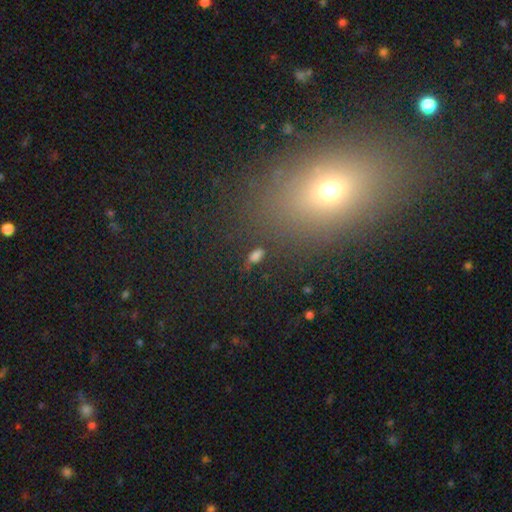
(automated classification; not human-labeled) Smooth or featured: smooth — 72% (star or artifact — 19%)
How rounded: in between — 85% (cigar-shaped — 8%)
Merging: none — 71% (minor disturbance — 15%)